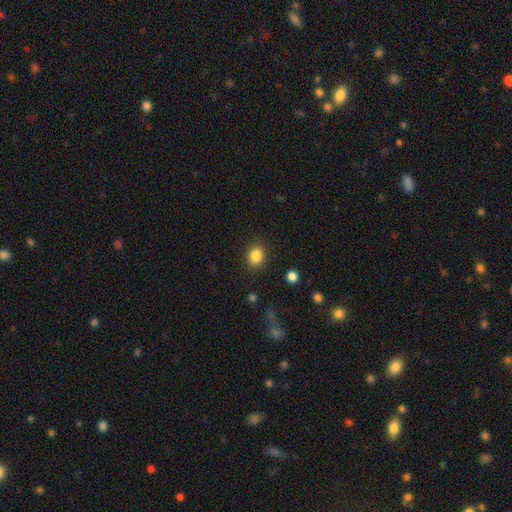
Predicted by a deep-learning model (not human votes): Smooth or featured? Predicted: smooth (p=0.85). How rounded? Predicted: round (p=0.53). Merging? Predicted: none (p=0.88).